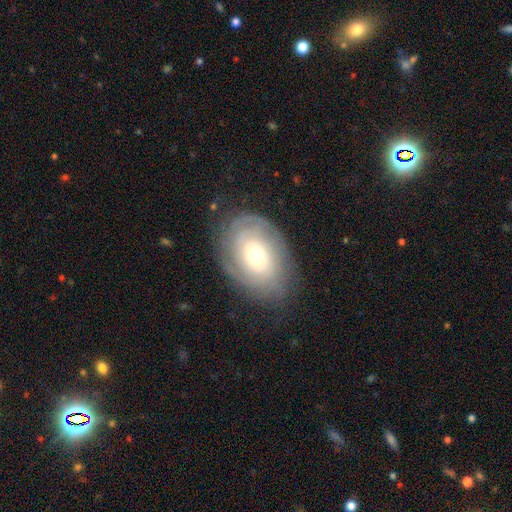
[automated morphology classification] Overall: featured or disk (63%; smooth 29%). Edge-on disk: no (95%). Bar: no (79%). Spiral arms: yes (79%). Bulge size: moderate (47%; small 43%). Merging: none (75%).